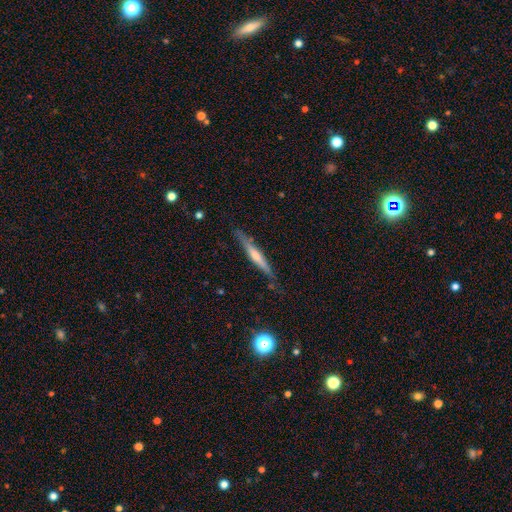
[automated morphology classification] Smooth or featured: featured or disk — 57% (smooth — 37%)
Edge-on disk: yes — 96% (no — 4%)
Edge-on bulge: rounded — 56% (none — 31%)
Merging: none — 82% (minor disturbance — 13%)